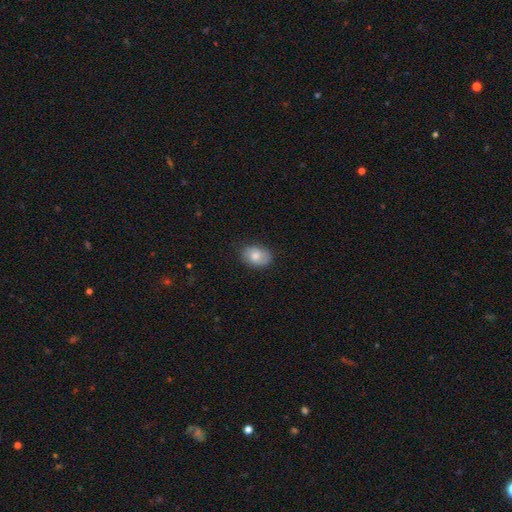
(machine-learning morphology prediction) Q: Smooth or featured?
A: smooth (78%); runner-up: featured or disk (14%)
Q: How rounded?
A: in between (79%); runner-up: round (20%)
Q: Merging?
A: none (79%); runner-up: minor disturbance (17%)